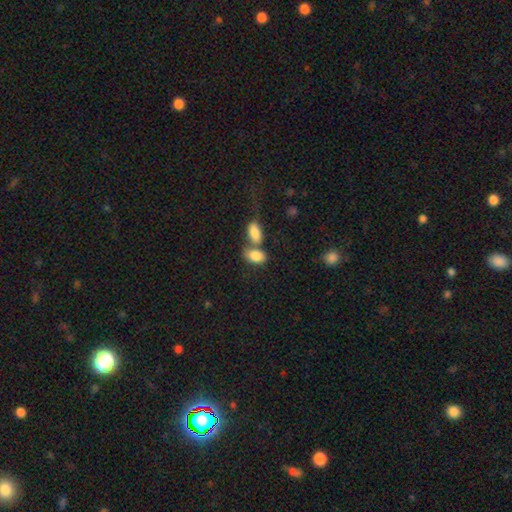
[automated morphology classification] smooth 85%, featured or disk 8%, star or artifact 7%. Down the decision tree: how rounded — in between (90%); merging — merger (54%).